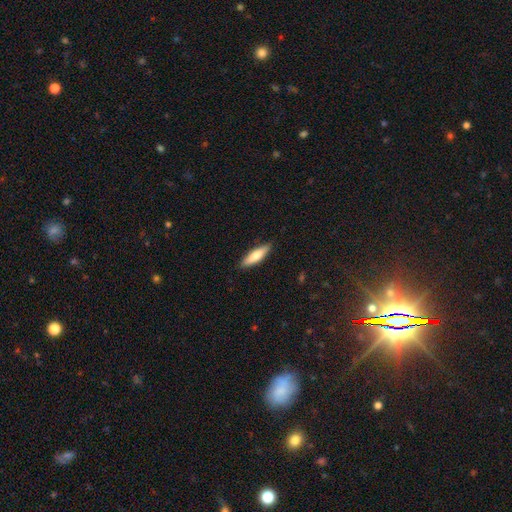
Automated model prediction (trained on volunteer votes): smooth 73%, featured or disk 21%, star or artifact 5%. Down the decision tree: how rounded — cigar-shaped (69%); merging — none (89%).